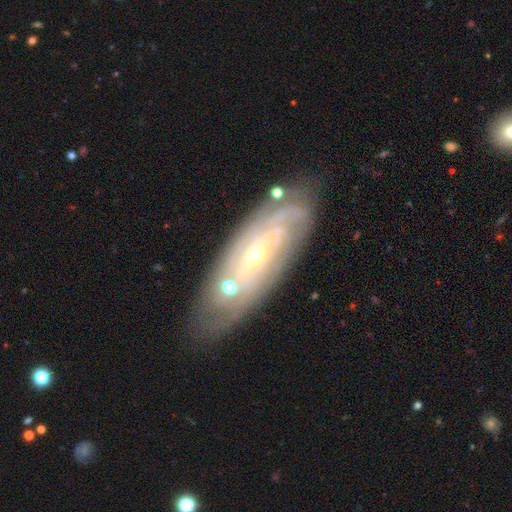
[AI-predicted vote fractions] This appears to be a featured or disk galaxy (80%) with no bar (62%), tight (69%) spiral arms (87%) and a small central bulge (72%). Merging: none (73%).